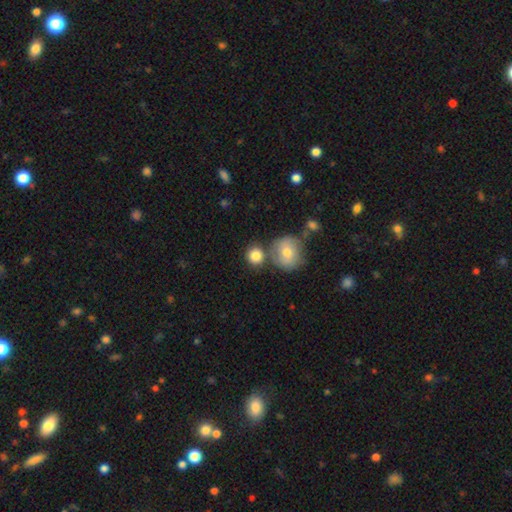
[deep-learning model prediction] smooth-or-featured: smooth: 83% | featured or disk: 8% | star or artifact: 8%
  how-rounded: round: 86% | in between: 13% | cigar-shaped: 1%
  merging: none: 62% | merger: 23% | minor disturbance: 11% | major disturbance: 4%